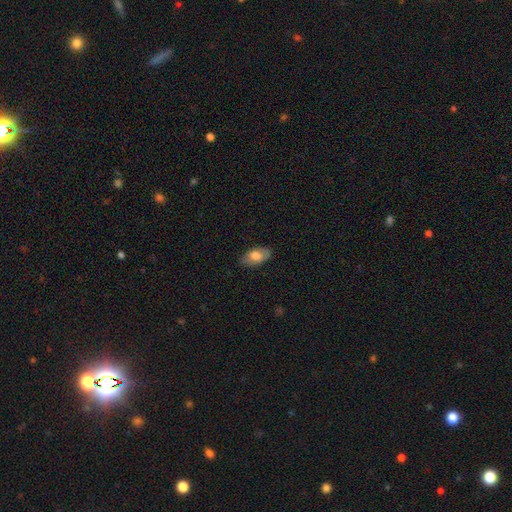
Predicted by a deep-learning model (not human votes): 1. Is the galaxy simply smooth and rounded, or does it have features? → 70% smooth, 23% featured or disk, 7% star or artifact.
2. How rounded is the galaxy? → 92% in between, 4% round, 3% cigar-shaped.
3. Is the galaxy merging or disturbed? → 78% none, 17% minor disturbance, 4% major disturbance, 1% merger.